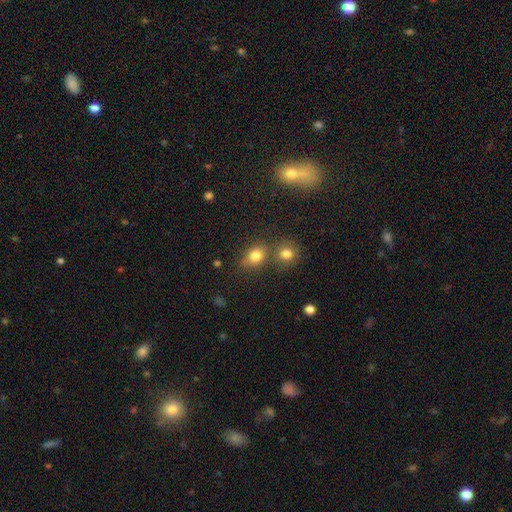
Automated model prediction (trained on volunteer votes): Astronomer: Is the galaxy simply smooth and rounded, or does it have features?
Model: smooth — 79%.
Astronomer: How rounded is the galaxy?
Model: round — 52% (runner-up: in between, 46%).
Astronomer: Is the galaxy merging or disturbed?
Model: none — 56%.